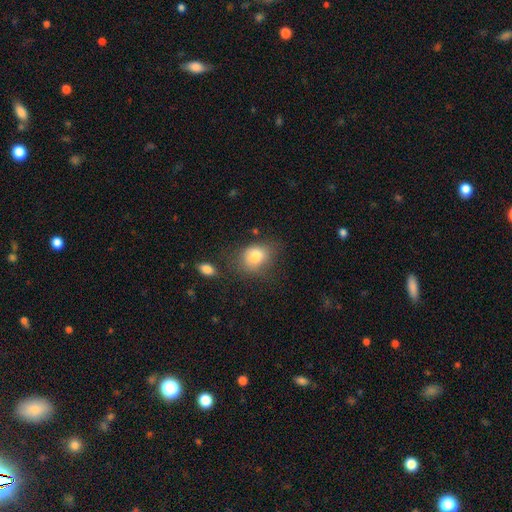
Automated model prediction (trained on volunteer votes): Overall: smooth (80%). How rounded: in between (51%; round 48%). Merging: none (55%; minor disturbance 26%).